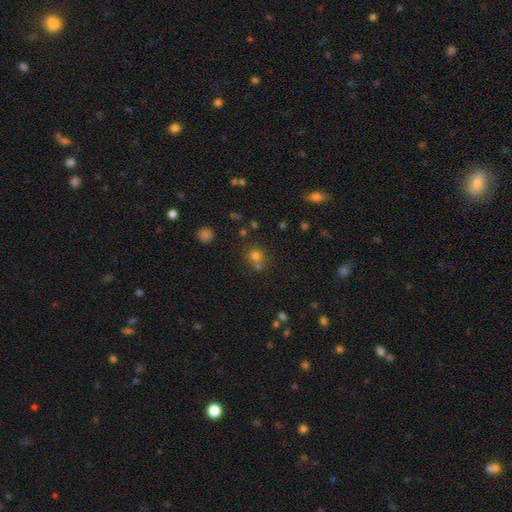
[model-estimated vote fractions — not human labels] smooth-or-featured: smooth: 73% | star or artifact: 18% | featured or disk: 9%
  how-rounded: round: 85% | in between: 14% | cigar-shaped: 1%
  merging: none: 57% | merger: 31% | minor disturbance: 8% | major disturbance: 3%